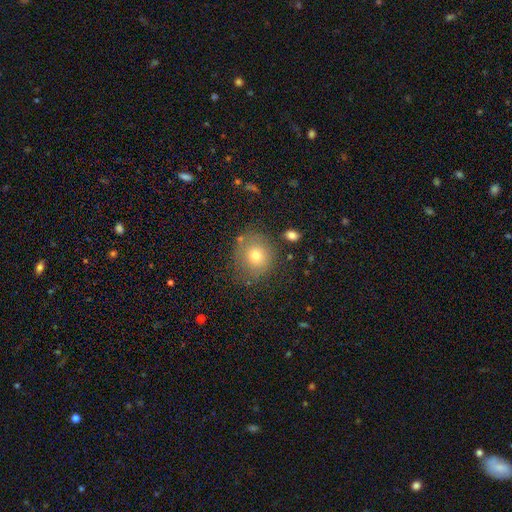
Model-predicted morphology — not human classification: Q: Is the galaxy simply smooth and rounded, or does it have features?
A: smooth — 72%.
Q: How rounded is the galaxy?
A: round — 82%.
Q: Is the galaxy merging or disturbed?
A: none — 76%.